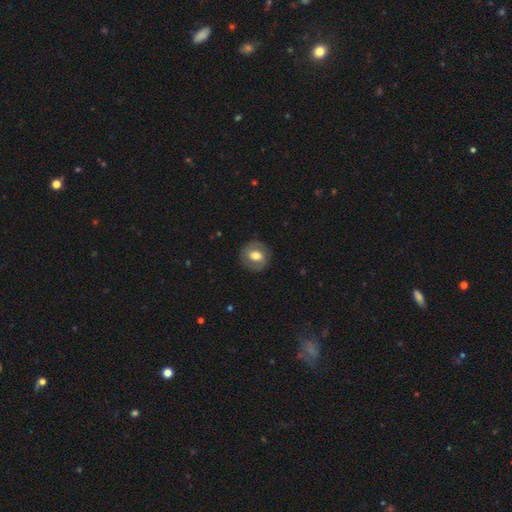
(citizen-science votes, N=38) Smooth or featured?
  - featured or disk: 47% *
  - smooth: 45%
  - star or artifact: 8%
Edge-on disk?
  - no: 100% *
  - yes: 0%
Bar?
  - weak: 50% *
  - no: 39%
  - strong: 11%
Spiral arms?
  - yes: 56% *
  - no: 44%
Spiral winding?
  - medium: 60% *
  - tight: 20%
  - loose: 20%
Spiral arm count?
  - 2: 90% *
  - can't tell: 10%
  - 1: 0%
  - 3: 0%
  - 4: 0%
  - more than 4: 0%
Bulge size?
  - moderate: 72% *
  - small: 17%
  - large: 11%
  - dominant: 0%
  - none: 0%
Merging?
  - none: 86% *
  - minor disturbance: 11%
  - major disturbance: 3%
  - merger: 0%